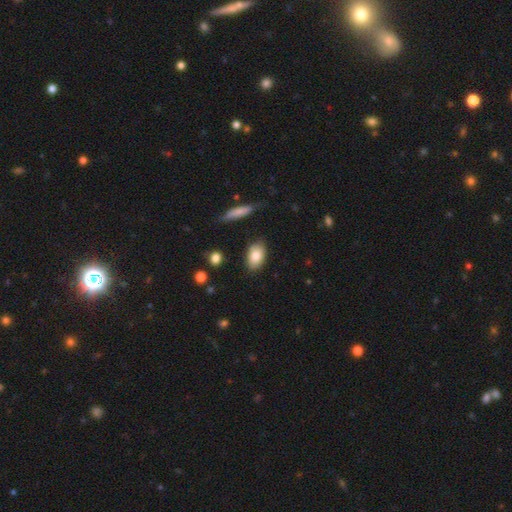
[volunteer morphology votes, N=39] smooth_or_featured: smooth (p=0.90) [alt: featured or disk p=0.10]
how_rounded: in between (p=0.94) [alt: round p=0.06]
merging: none (p=0.95) [alt: major disturbance p=0.05]